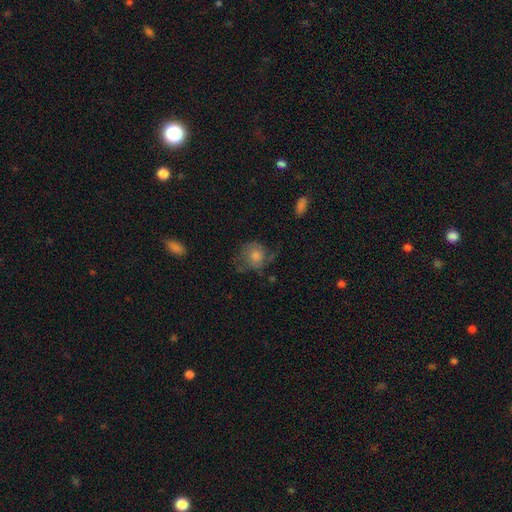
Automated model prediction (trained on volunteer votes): smooth 49%, featured or disk 41%, star or artifact 11%. Down the decision tree: merging — none (53%).